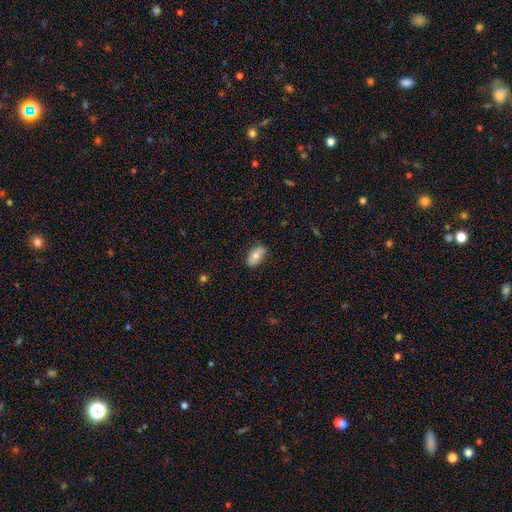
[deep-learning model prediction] The model was most divided on "smooth or featured": smooth: 72%, featured or disk: 22%, star or artifact: 7%. More confident: how rounded — in between (93%); merging — none (84%).